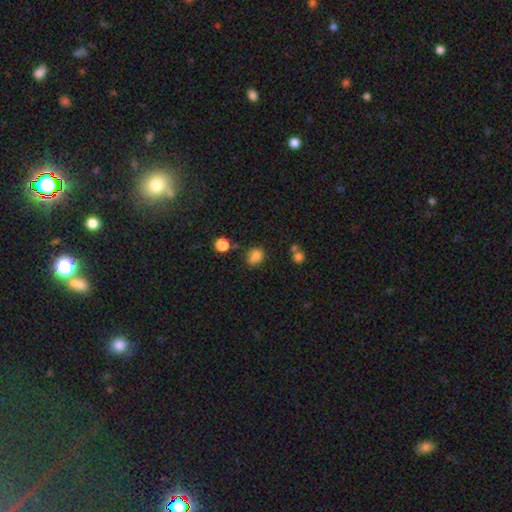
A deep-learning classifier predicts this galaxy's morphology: type=smooth (79%); roundness=round (62%); merging=none (62%).